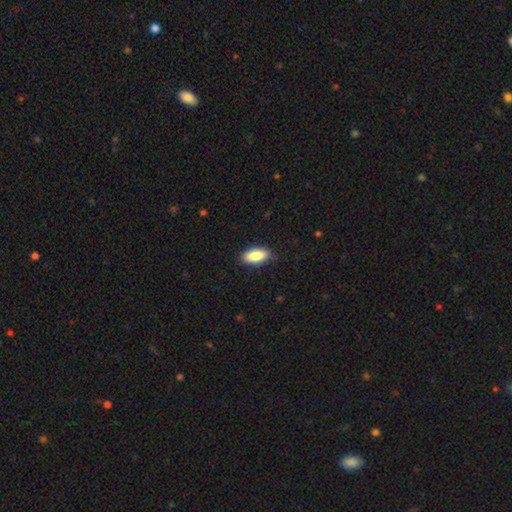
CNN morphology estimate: The model was most divided on "merging": none: 84%, minor disturbance: 13%, major disturbance: 2%, merger: 1%. More confident: how rounded — in between (89%); smooth or featured — smooth (88%).